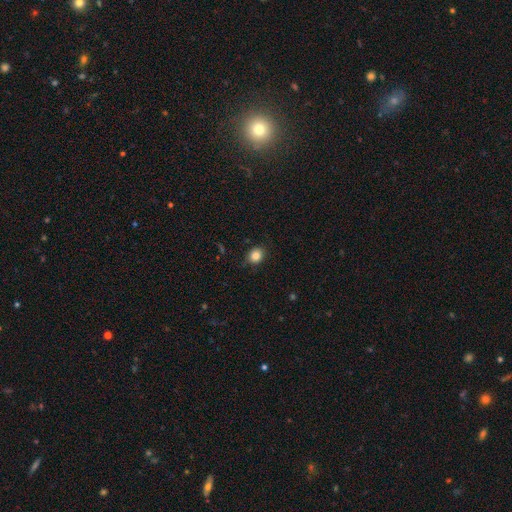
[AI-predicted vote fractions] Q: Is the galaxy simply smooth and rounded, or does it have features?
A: smooth — 84%.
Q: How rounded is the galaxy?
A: round — 66%.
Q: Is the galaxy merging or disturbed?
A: none — 85%.